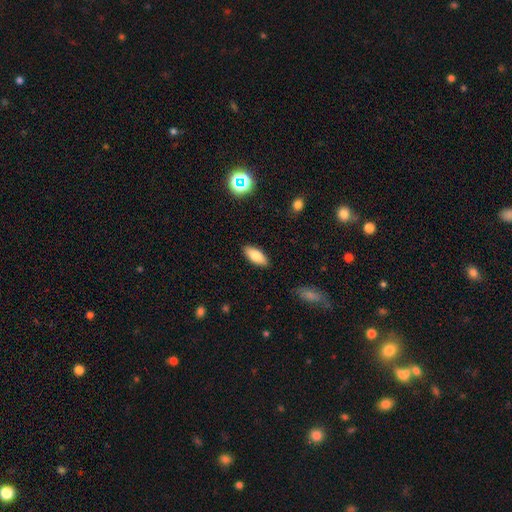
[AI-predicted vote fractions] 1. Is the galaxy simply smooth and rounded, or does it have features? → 78% smooth, 14% featured or disk, 7% star or artifact.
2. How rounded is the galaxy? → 81% in between, 16% cigar-shaped, 2% round.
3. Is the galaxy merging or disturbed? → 88% none, 9% minor disturbance, 2% major disturbance, 1% merger.